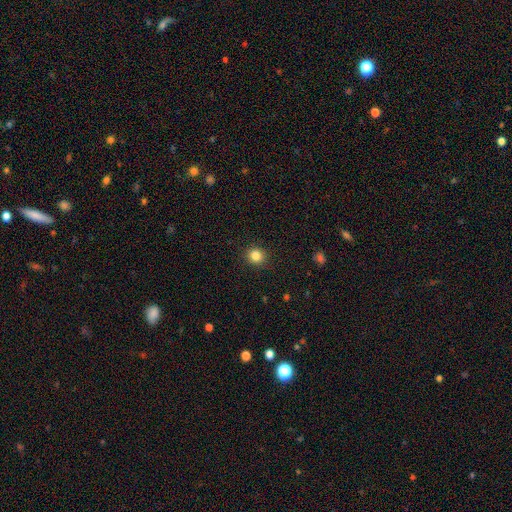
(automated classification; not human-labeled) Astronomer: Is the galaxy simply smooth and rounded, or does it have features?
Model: smooth — 84%.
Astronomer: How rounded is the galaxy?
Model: round — 89%.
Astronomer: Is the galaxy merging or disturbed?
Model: none — 92%.